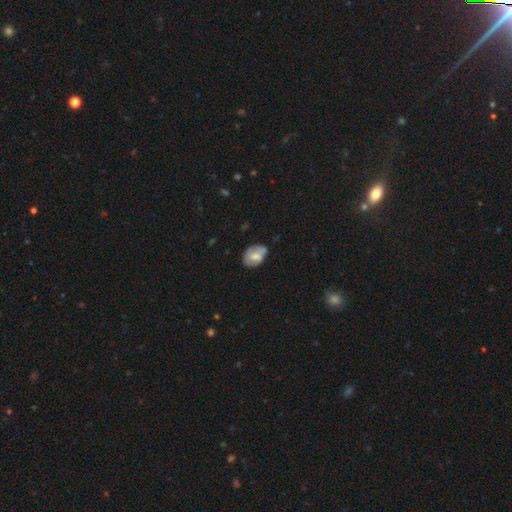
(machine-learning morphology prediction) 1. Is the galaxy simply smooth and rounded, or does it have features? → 62% smooth, 31% featured or disk, 7% star or artifact.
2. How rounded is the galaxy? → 79% in between, 20% round, 1% cigar-shaped.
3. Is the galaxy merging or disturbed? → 54% none, 33% minor disturbance, 8% major disturbance, 5% merger.